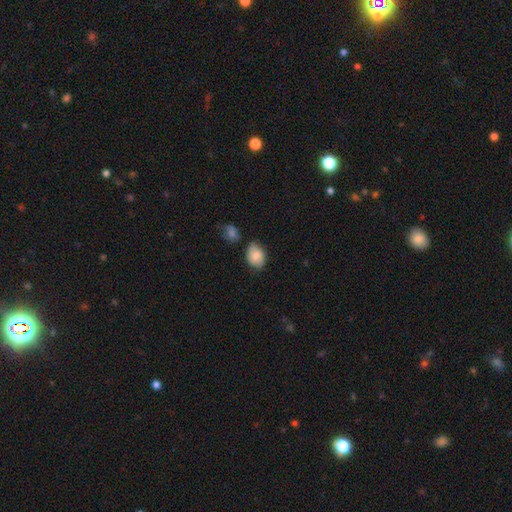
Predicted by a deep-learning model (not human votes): Smooth or featured?
  - smooth: 77% *
  - featured or disk: 15%
  - star or artifact: 8%
How rounded?
  - in between: 66% *
  - round: 33%
  - cigar-shaped: 1%
Merging?
  - none: 60% *
  - minor disturbance: 27%
  - merger: 7%
  - major disturbance: 6%